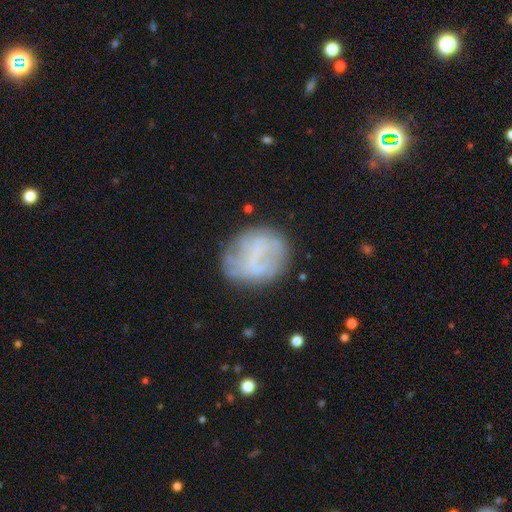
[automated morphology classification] Smooth or featured? Predicted: featured or disk (p=0.46). Merging? Predicted: none (p=0.68).